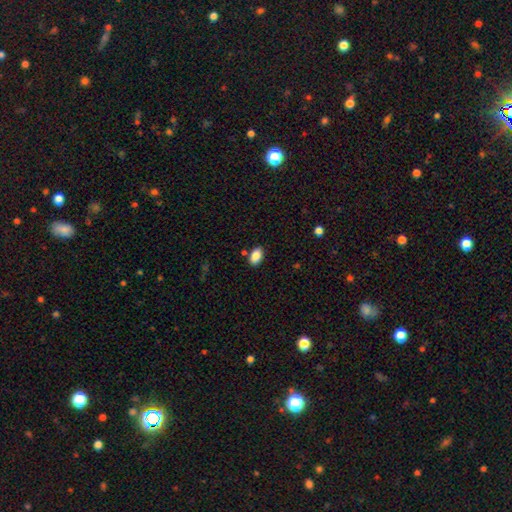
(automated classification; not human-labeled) A smooth galaxy with no disk features (87%) that is in between round and cigar-shaped (92%). Merging: none (83%).